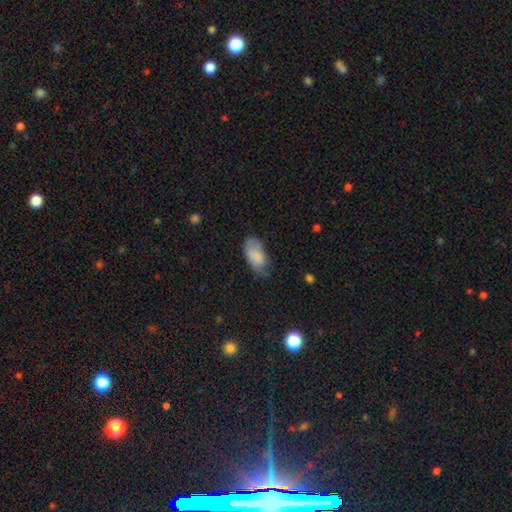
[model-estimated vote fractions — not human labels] The model was most divided on "merging": none: 50%, minor disturbance: 36%, major disturbance: 12%, merger: 2%. More confident: how rounded — in between (94%); smooth or featured — smooth (80%).